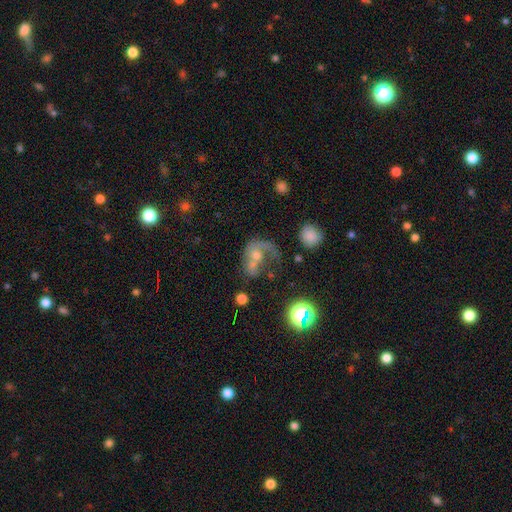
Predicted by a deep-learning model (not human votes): Morphology: type=featured or disk (51%); edge-on=no (96%); merging=major disturbance (35%).